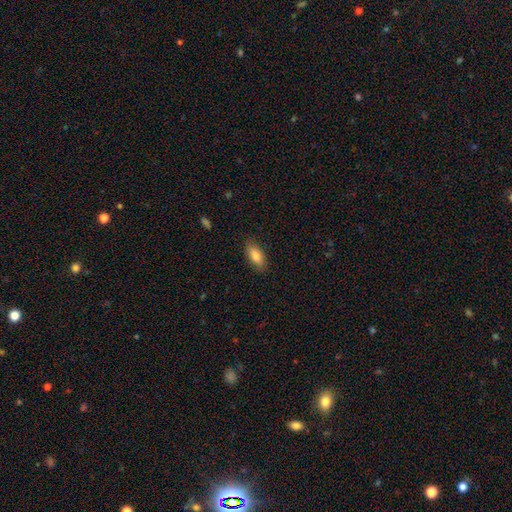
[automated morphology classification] Smooth or featured?
  - smooth: 81% *
  - featured or disk: 12%
  - star or artifact: 7%
How rounded?
  - in between: 84% *
  - cigar-shaped: 13%
  - round: 3%
Merging?
  - none: 85% *
  - minor disturbance: 11%
  - major disturbance: 3%
  - merger: 1%